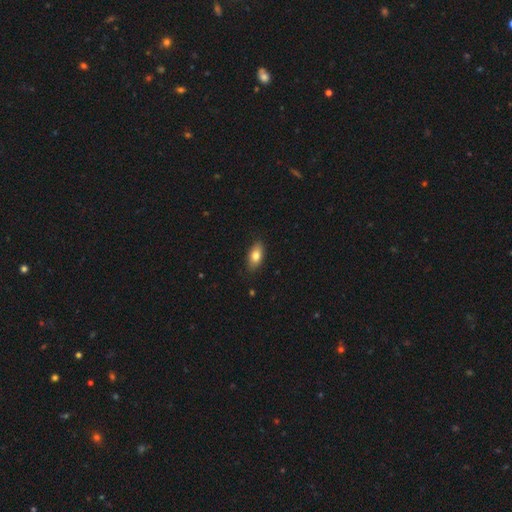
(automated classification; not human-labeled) Smooth or featured? Predicted: smooth (p=0.79). How rounded? Predicted: in between (p=0.88). Merging? Predicted: none (p=0.86).